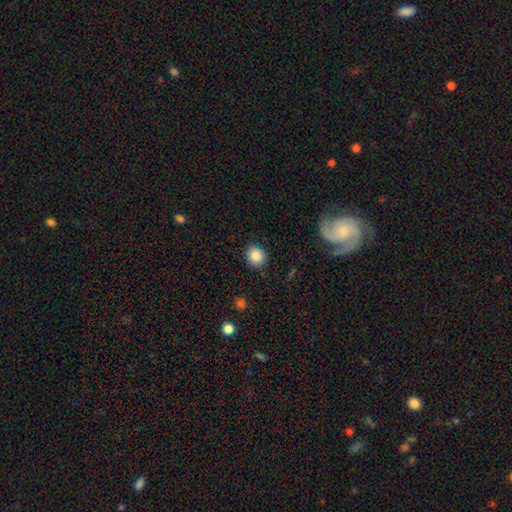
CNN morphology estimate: This is clearly a smooth galaxy (87%). How rounded: clearly round (82%). Merging: clearly none (87%).